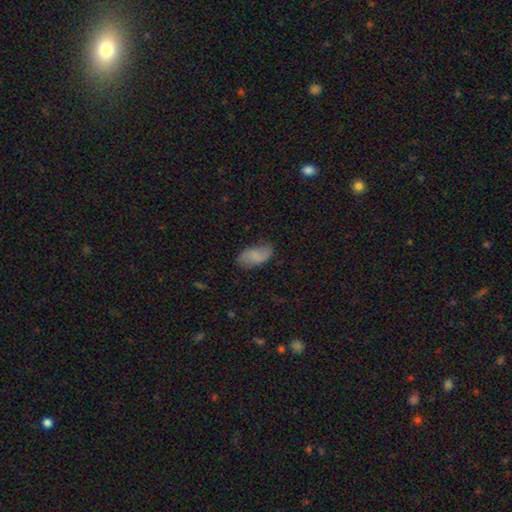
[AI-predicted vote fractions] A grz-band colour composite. It shows a smooth galaxy with no disk features (69%) that is in between round and cigar-shaped (94%). Merging: none (71%).